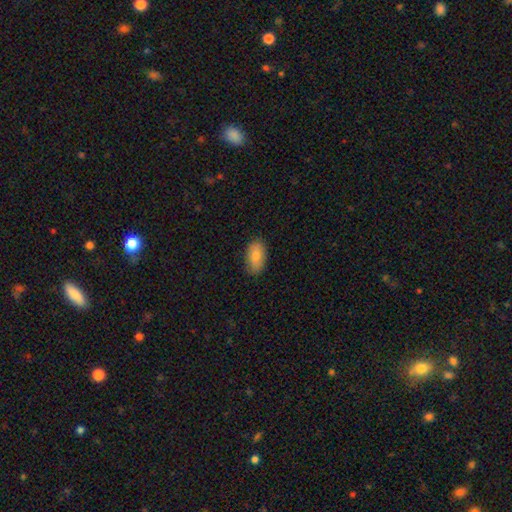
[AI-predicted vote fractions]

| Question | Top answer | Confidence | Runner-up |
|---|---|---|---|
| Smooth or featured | smooth | 79% | featured or disk (14%) |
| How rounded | in between | 92% | round (5%) |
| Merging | none | 85% | minor disturbance (11%) |